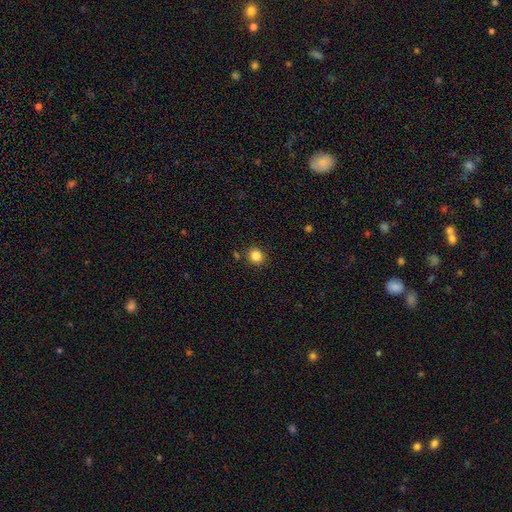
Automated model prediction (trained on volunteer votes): Morphology: type=smooth (84%); roundness=round (88%); merging=none (87%).